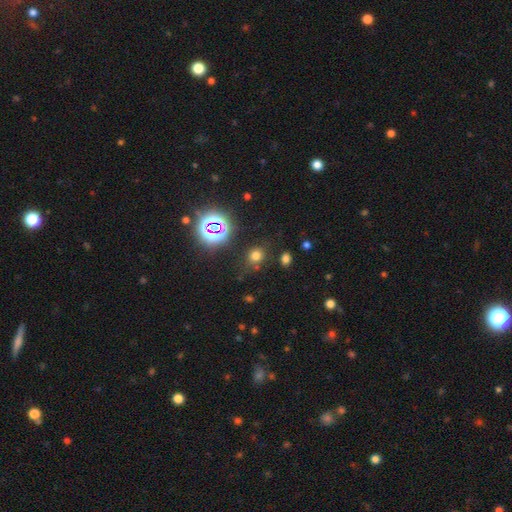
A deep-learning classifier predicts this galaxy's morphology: Overall: smooth (67%). How rounded: round (68%; in between 31%). Merging: none (78%).